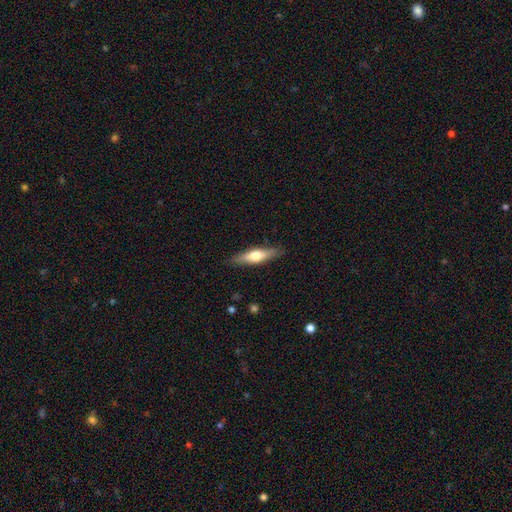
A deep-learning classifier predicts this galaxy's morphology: smooth_or_featured: smooth (p=0.51) [alt: featured or disk p=0.44]
how_rounded: cigar-shaped (p=0.68) [alt: in between p=0.30]
merging: none (p=0.87) [alt: minor disturbance p=0.10]